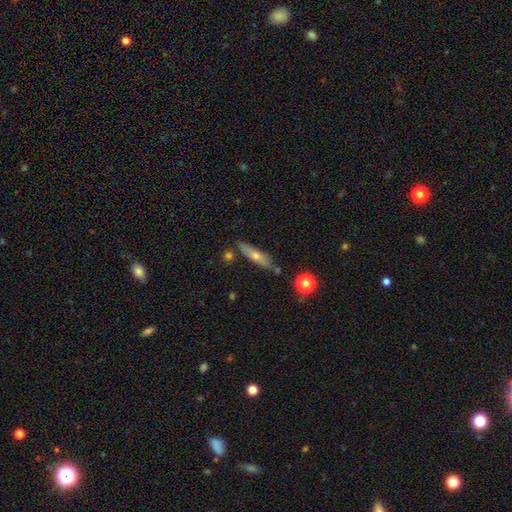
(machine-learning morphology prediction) Overall: smooth (53%; featured or disk 40%). How rounded: cigar-shaped (75%). Merging: none (75%).